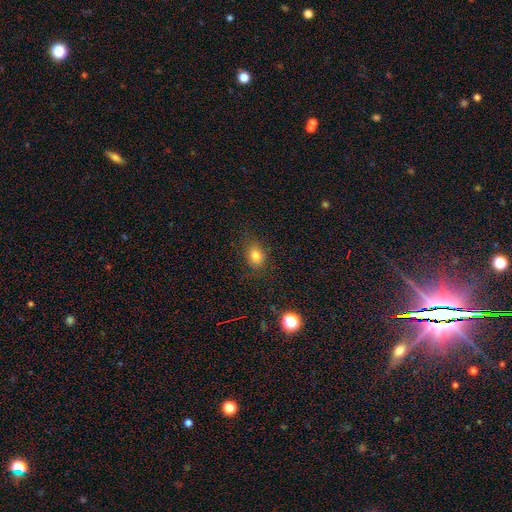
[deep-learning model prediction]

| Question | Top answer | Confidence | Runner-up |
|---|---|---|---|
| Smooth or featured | smooth | 80% | star or artifact (13%) |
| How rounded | in between | 55% | round (43%) |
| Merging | none | 77% | minor disturbance (16%) |